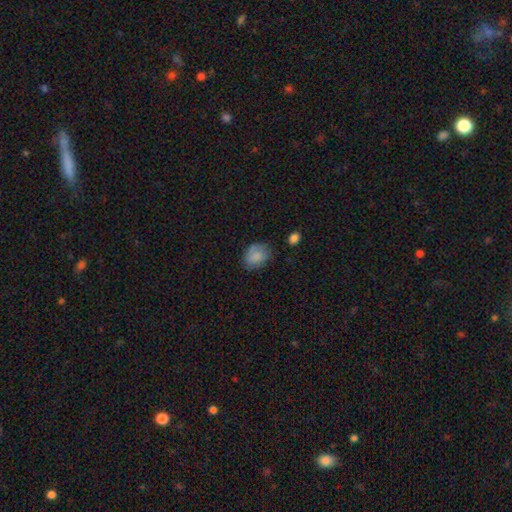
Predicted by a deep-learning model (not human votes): Q: Smooth or featured?
A: smooth (79%); runner-up: featured or disk (12%)
Q: How rounded?
A: in between (67%); runner-up: round (32%)
Q: Merging?
A: none (64%); runner-up: minor disturbance (26%)